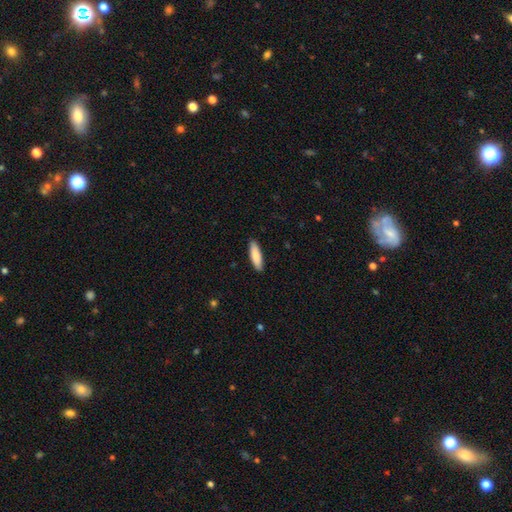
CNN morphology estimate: A smooth galaxy with no disk features (86%) that is cigar-shaped (61%). Merging: none (90%).